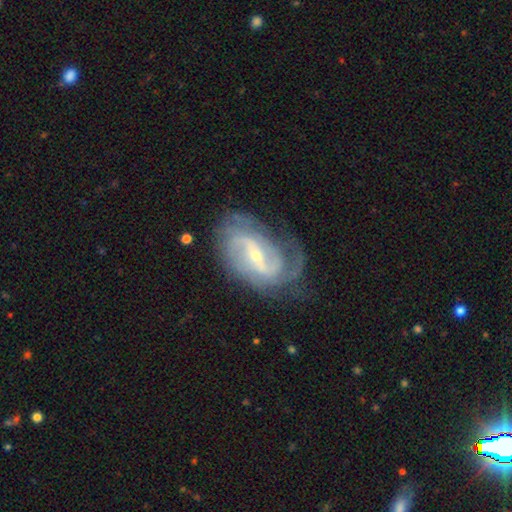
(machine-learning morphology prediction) Smooth or featured? Predicted: featured or disk (p=0.88). Edge-on disk? Predicted: no (p=0.97). Bar? Predicted: strong (p=0.43, tied with weak). Spiral arms? Predicted: yes (p=0.95). Spiral winding? Predicted: medium (p=0.45). Spiral arm count? Predicted: 2 (p=0.62). Bulge size? Predicted: small (p=0.67). Merging? Predicted: none (p=0.61).